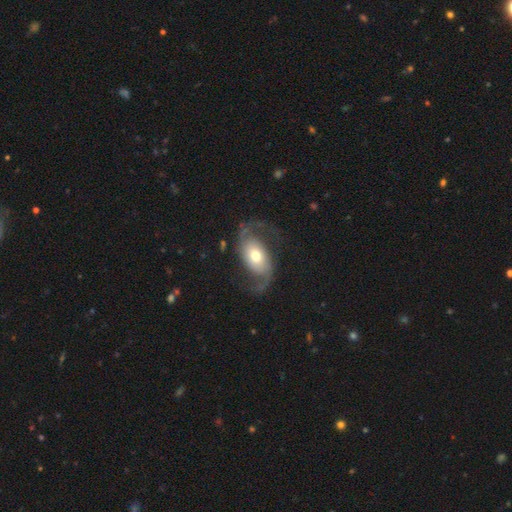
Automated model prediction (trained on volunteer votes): smooth-or-featured: featured or disk: 82% | smooth: 13% | star or artifact: 5%
  disk-edge-on: no: 96% | yes: 4%
    bar: no: 62% | weak: 25% | strong: 12%
    has-spiral-arms: yes: 94% | no: 6%
      spiral-winding: loose: 62% | medium: 30% | tight: 8%
      spiral-arm-count: 2: 93% | can't tell: 2% | 1: 2% | 3: 1% | 4: 1% | more than 4: 1%
    bulge-size: moderate: 62% | small: 19% | large: 15% | dominant: 3% | none: 1%
  merging: none: 69% | minor disturbance: 15% | major disturbance: 14% | merger: 2%